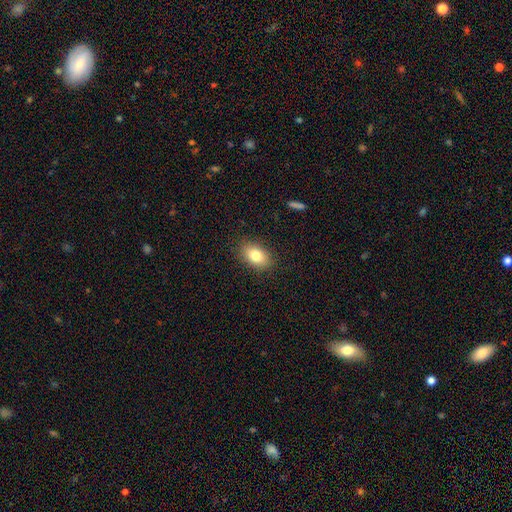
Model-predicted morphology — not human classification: This is clearly a smooth galaxy (81%). How rounded: clearly in between (85%). Merging: clearly none (87%).